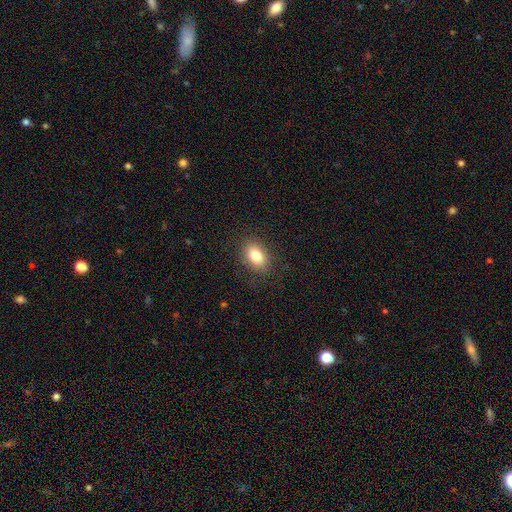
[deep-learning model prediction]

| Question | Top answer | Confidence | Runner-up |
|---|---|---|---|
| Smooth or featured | smooth | 81% | star or artifact (9%) |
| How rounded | in between | 80% | round (18%) |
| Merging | none | 85% | minor disturbance (11%) |